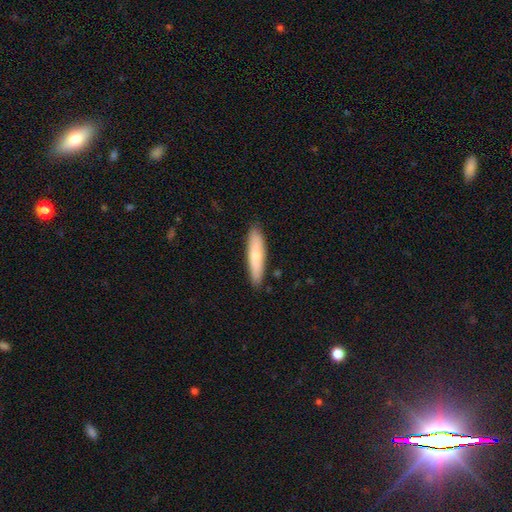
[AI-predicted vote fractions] Smooth or featured: smooth — 71% (featured or disk — 24%)
How rounded: cigar-shaped — 78% (in between — 21%)
Merging: none — 87% (minor disturbance — 10%)